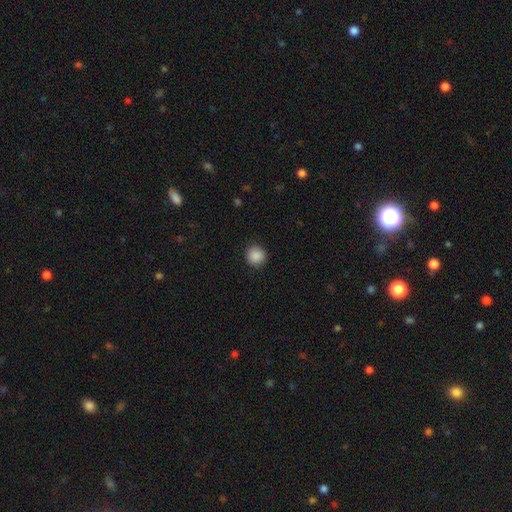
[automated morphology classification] Overall: smooth (88%). How rounded: round (91%). Merging: none (89%).